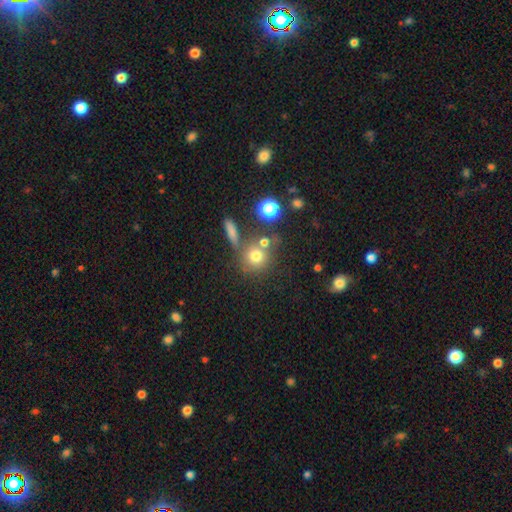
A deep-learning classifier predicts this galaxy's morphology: Smooth or featured? Predicted: smooth (p=0.71). How rounded? Predicted: round (p=0.85). Merging? Predicted: none (p=0.58).